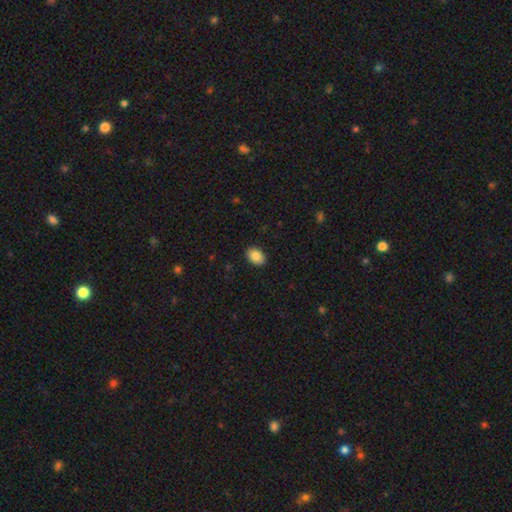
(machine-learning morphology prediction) This appears to be a smooth galaxy with no disk features (85%) that is in between round and cigar-shaped (81%). Merging: none (90%).